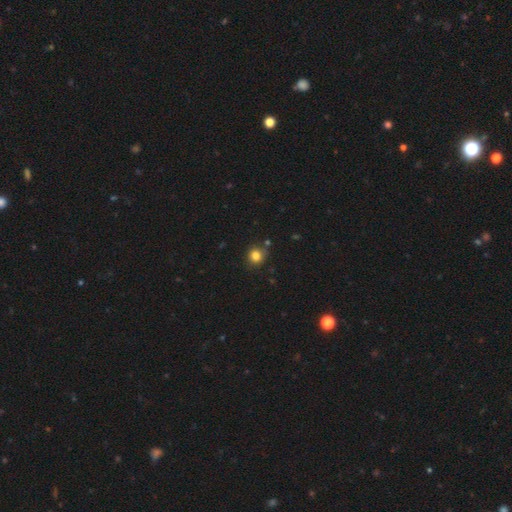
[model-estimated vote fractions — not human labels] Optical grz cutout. It shows a smooth galaxy with no disk features (82%) that is round (83%). Merging: none (80%).